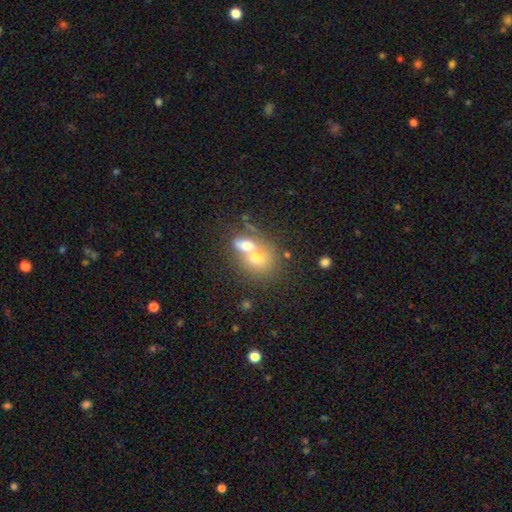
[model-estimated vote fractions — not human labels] Smooth or featured? smooth (65%)
How rounded? round (52%)
Merging? merger (66%)